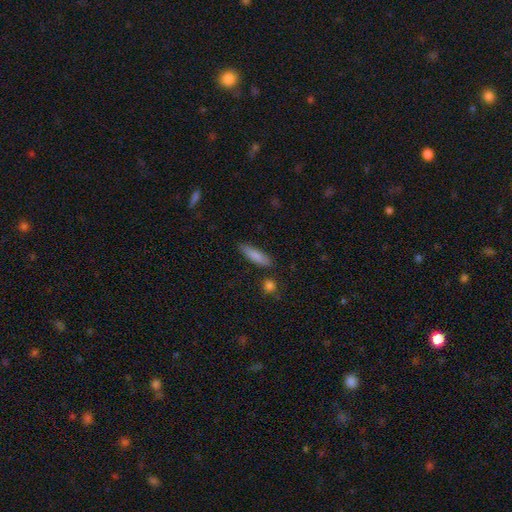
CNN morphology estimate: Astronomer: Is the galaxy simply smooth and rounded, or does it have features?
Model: smooth — 84%.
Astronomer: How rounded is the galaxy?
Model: cigar-shaped — 62%.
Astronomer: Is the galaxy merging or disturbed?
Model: none — 83%.